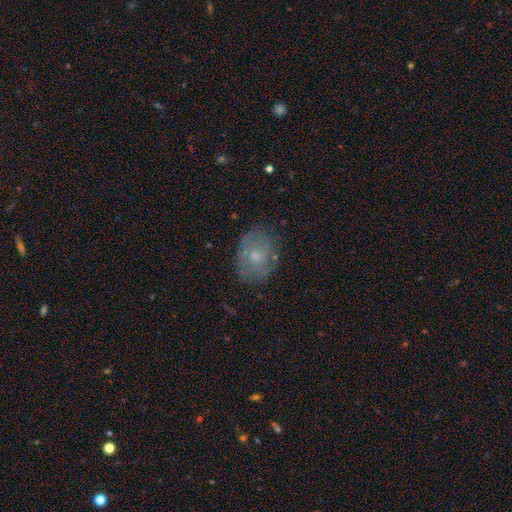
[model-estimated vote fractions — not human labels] The model was most divided on "smooth or featured": smooth: 59%, featured or disk: 32%, star or artifact: 9%. More confident: merging — none (74%); how rounded — in between (68%).